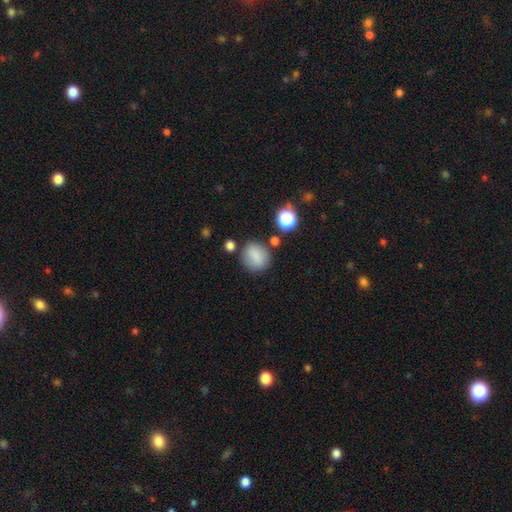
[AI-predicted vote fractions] A smooth galaxy with no disk features (80%) that is round (78%).

Vote fractions:
- Smooth or featured? smooth: 80% / star or artifact: 11% / featured or disk: 9%
- How rounded? round: 78% / in between: 21% / cigar-shaped: 1%
- Merging? none: 74% / minor disturbance: 14% / merger: 7% / major disturbance: 5%